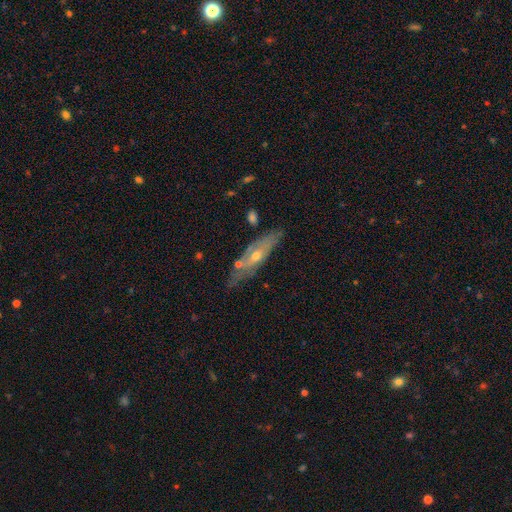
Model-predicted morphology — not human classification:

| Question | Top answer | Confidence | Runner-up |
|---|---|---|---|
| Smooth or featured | featured or disk | 66% | smooth (28%) |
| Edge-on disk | no | 52% | yes (48%) |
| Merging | none | 67% | minor disturbance (21%) |